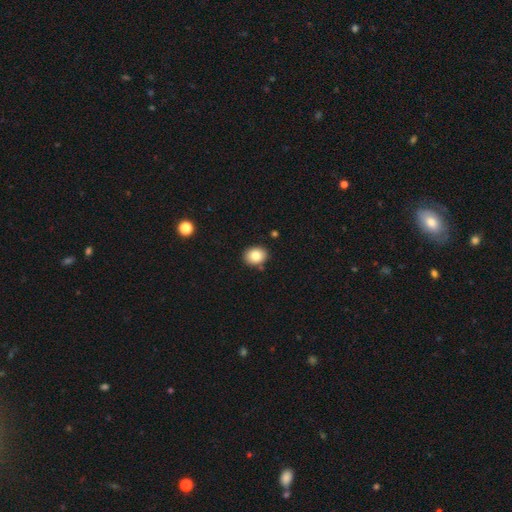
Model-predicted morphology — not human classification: Smooth or featured? smooth (83%)
How rounded? round (56%)
Merging? none (85%)